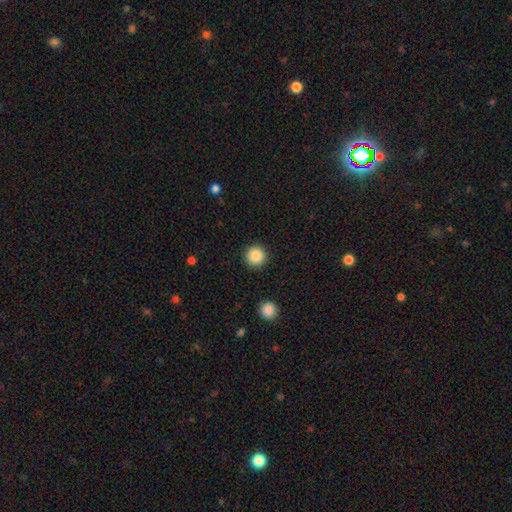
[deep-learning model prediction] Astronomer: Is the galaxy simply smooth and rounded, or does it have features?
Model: smooth — 88%.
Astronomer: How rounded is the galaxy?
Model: round — 96%.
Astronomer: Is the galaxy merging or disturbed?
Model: none — 92%.